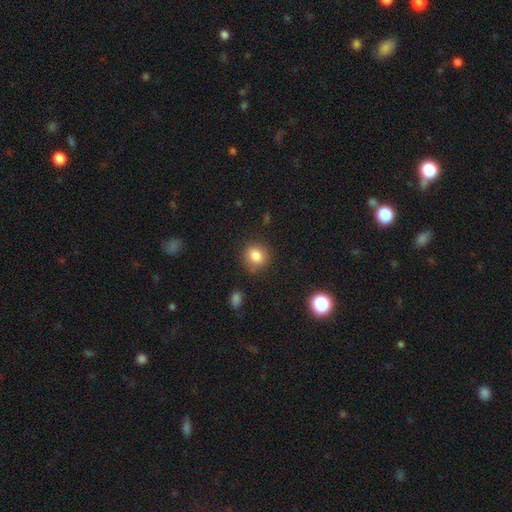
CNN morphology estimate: smooth-or-featured: smooth: 83% | star or artifact: 11% | featured or disk: 6%
  how-rounded: round: 76% | in between: 23% | cigar-shaped: 1%
  merging: none: 82% | minor disturbance: 12% | major disturbance: 3% | merger: 2%